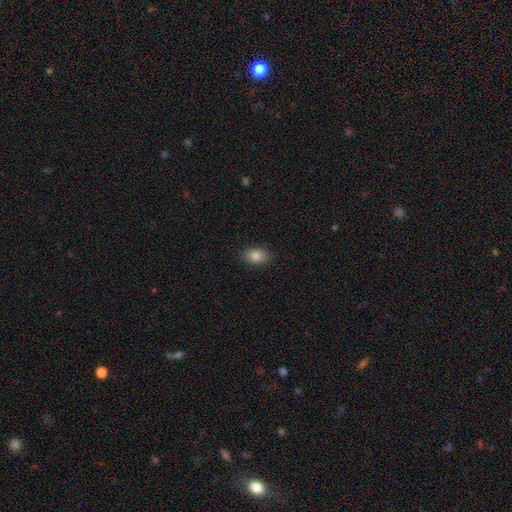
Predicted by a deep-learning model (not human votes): Smooth or featured: smooth — 85% (star or artifact — 9%)
How rounded: in between — 80% (round — 18%)
Merging: none — 88% (minor disturbance — 9%)